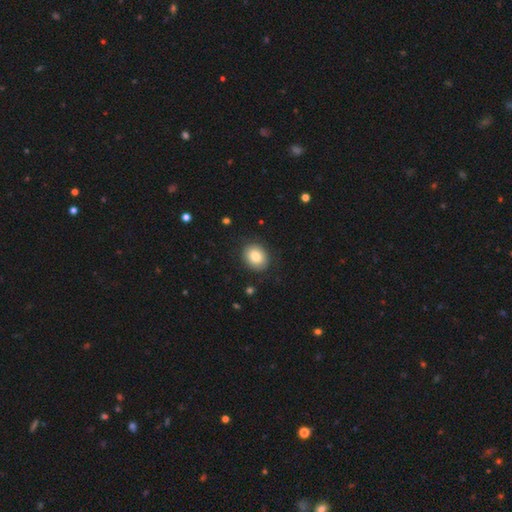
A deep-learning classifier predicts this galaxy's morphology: A smooth galaxy with no disk features (81%) that is round (55%).

Vote fractions:
- Smooth or featured? smooth: 81% / featured or disk: 11% / star or artifact: 8%
- How rounded? round: 55% / in between: 44% / cigar-shaped: 1%
- Merging? none: 86% / minor disturbance: 10% / major disturbance: 3% / merger: 1%